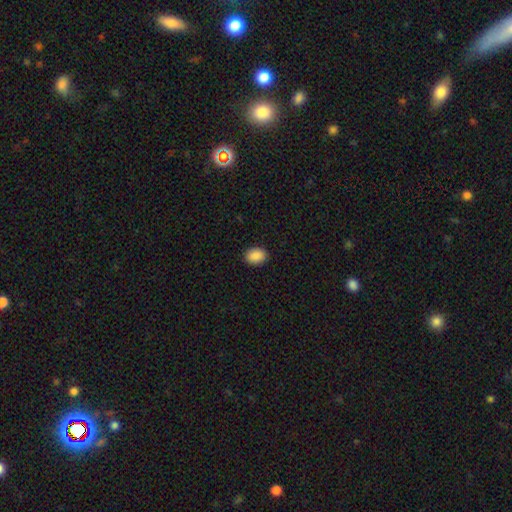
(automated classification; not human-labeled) smooth 90%, star or artifact 7%, featured or disk 3%. Down the decision tree: how rounded — in between (72%); merging — none (91%).